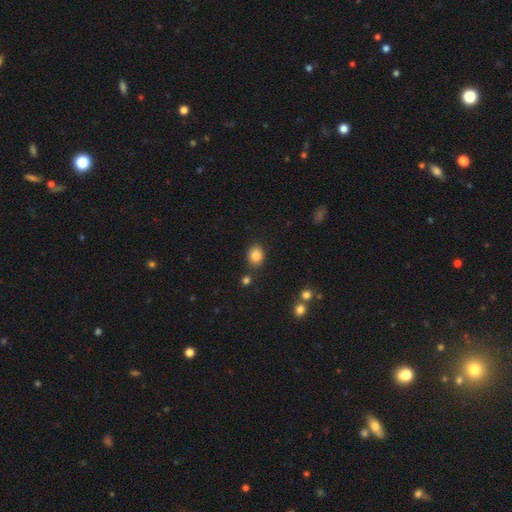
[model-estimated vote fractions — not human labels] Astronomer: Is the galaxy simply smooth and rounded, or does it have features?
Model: smooth — 85%.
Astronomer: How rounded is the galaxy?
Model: round — 54% (runner-up: in between, 45%).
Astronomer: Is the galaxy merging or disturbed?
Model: none — 79%.